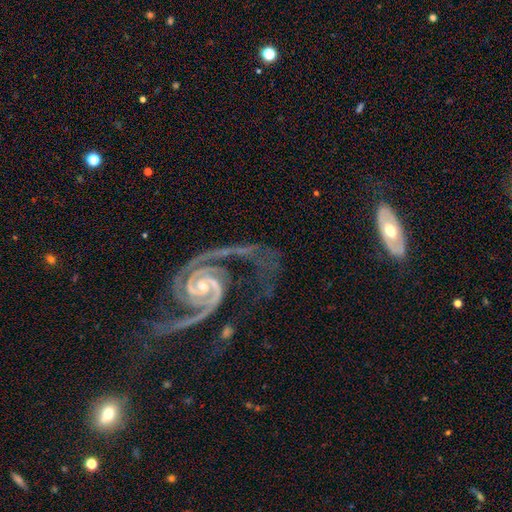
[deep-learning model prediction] smooth_or_featured: featured or disk (p=0.90) [alt: star or artifact p=0.06]
disk_edge_on: no (p=0.96) [alt: yes p=0.04]
bar: no (p=0.51) [alt: weak p=0.34]
has_spiral_arms: yes (p=0.97) [alt: no p=0.03]
spiral_winding: medium (p=0.53) [alt: loose p=0.28]
spiral_arm_count: 2 (p=0.89) [alt: 1 p=0.03]
bulge_size: small (p=0.63) [alt: moderate p=0.29]
merging: none (p=0.56) [alt: major disturbance p=0.20]